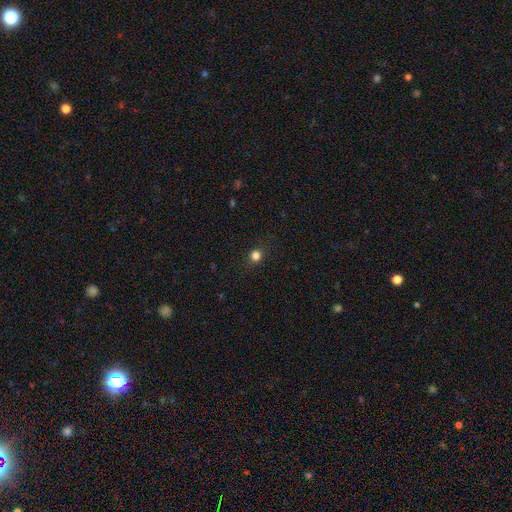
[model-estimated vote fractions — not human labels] smooth-or-featured: smooth: 81% | star or artifact: 15% | featured or disk: 4%
  how-rounded: round: 88% | in between: 11% | cigar-shaped: 1%
  merging: none: 89% | minor disturbance: 8% | major disturbance: 3% | merger: 1%